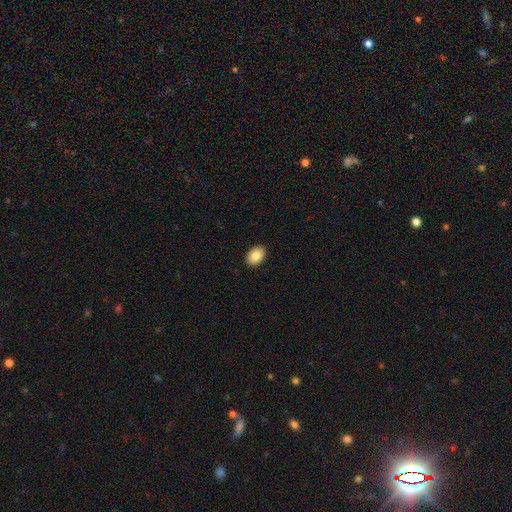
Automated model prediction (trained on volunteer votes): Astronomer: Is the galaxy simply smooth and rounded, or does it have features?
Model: smooth — 87%.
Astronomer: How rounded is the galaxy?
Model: in between — 85%.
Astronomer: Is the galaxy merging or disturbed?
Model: none — 91%.